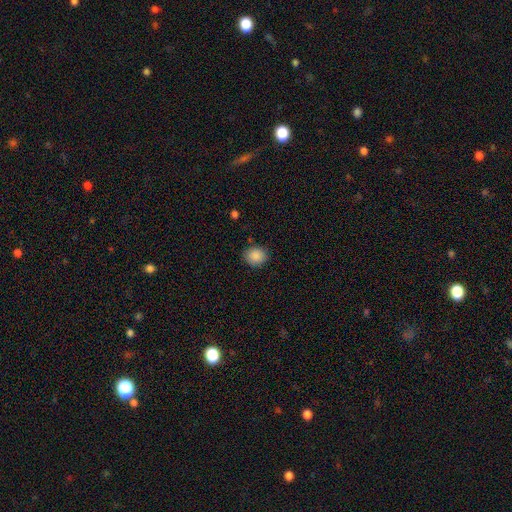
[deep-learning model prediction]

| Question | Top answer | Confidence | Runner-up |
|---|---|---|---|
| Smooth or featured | smooth | 88% | star or artifact (9%) |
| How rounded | round | 77% | in between (23%) |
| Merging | none | 86% | minor disturbance (11%) |